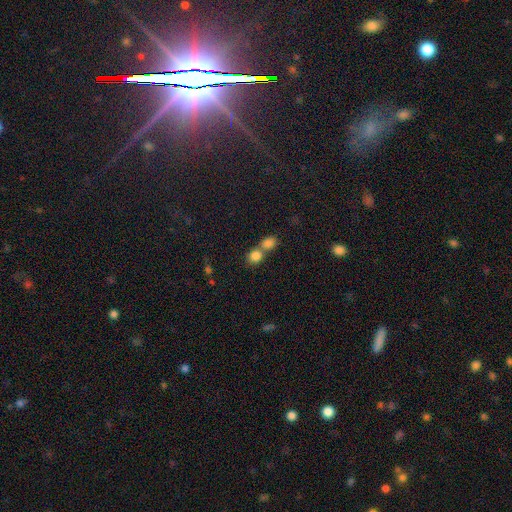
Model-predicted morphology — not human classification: This appears to be a smooth galaxy with no disk features (82%) that is round (70%). Merging: merger (60%).